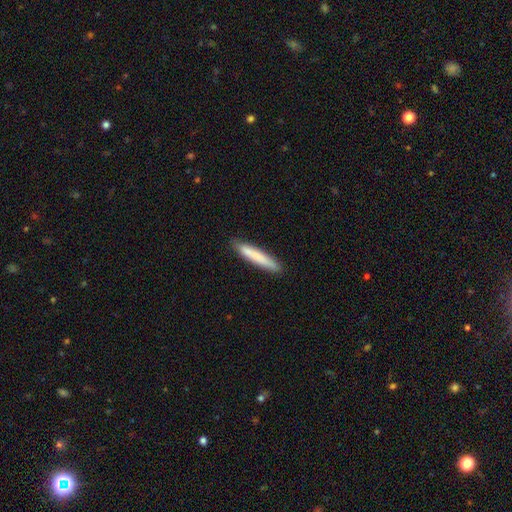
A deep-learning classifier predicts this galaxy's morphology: Smooth or featured? smooth (78%)
How rounded? cigar-shaped (94%)
Merging? none (89%)